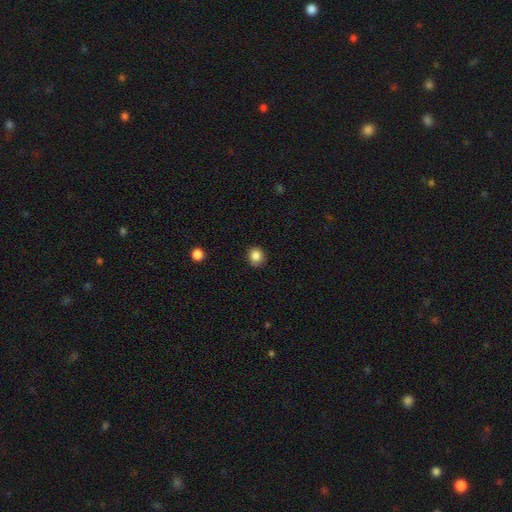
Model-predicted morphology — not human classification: smooth 85%, star or artifact 10%, featured or disk 5%. Down the decision tree: how rounded — round (80%); merging — none (89%).